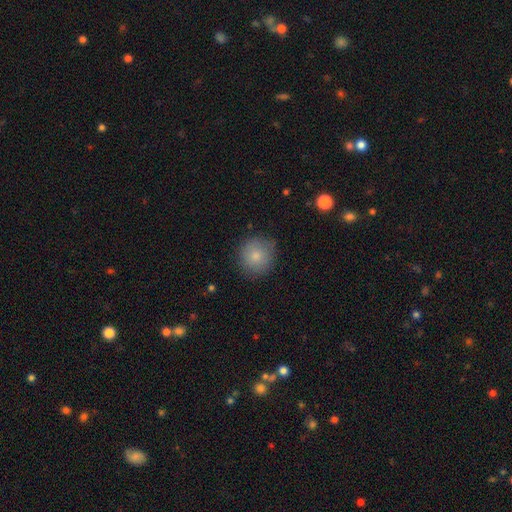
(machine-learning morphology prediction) Smooth or featured?
  - smooth: 83% *
  - featured or disk: 9%
  - star or artifact: 9%
How rounded?
  - round: 91% *
  - in between: 8%
  - cigar-shaped: 1%
Merging?
  - none: 82% *
  - minor disturbance: 13%
  - major disturbance: 3%
  - merger: 1%